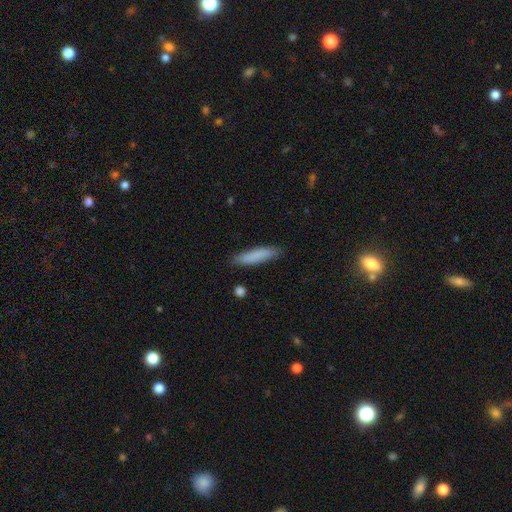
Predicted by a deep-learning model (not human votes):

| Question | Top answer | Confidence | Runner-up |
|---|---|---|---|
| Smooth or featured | smooth | 84% | featured or disk (9%) |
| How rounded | cigar-shaped | 84% | in between (15%) |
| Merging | none | 87% | minor disturbance (9%) |